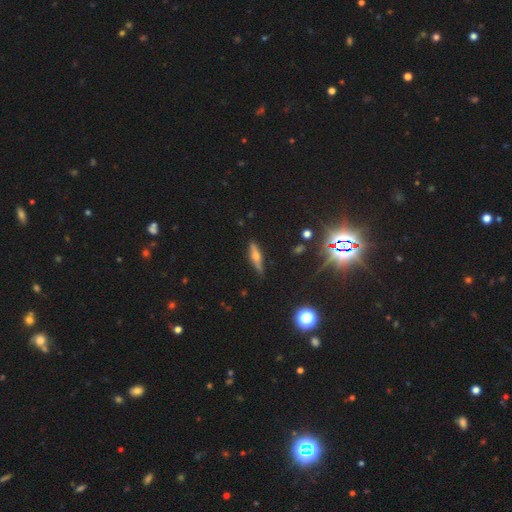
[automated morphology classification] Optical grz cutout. It shows a featured or disk galaxy (50%). Merging: none (83%).